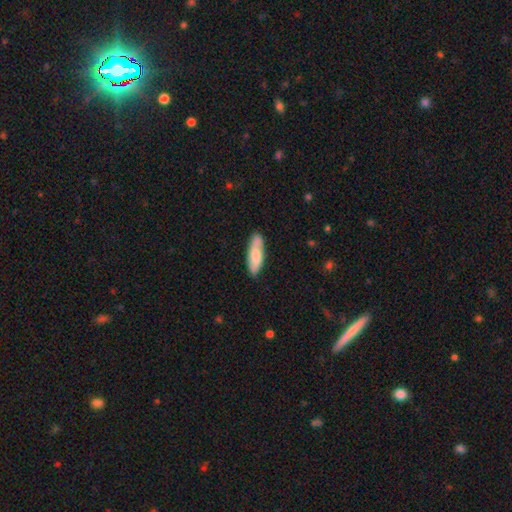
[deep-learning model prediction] Q: Smooth or featured?
A: smooth (66%); runner-up: featured or disk (29%)
Q: How rounded?
A: in between (56%); runner-up: cigar-shaped (42%)
Q: Merging?
A: none (79%); runner-up: minor disturbance (15%)